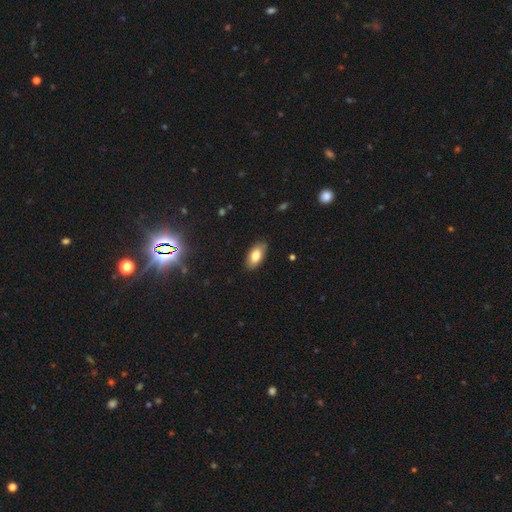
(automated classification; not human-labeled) Morphology: type=smooth (79%); roundness=in between (91%); merging=none (86%).